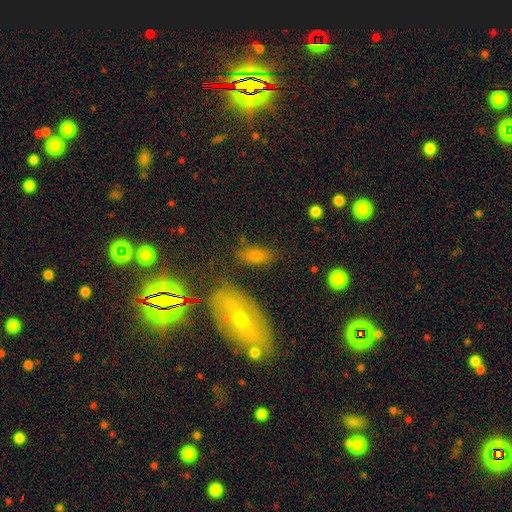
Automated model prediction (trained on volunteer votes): smooth 67%, featured or disk 17%, star or artifact 16%. Down the decision tree: how rounded — in between (82%); merging — none (74%).